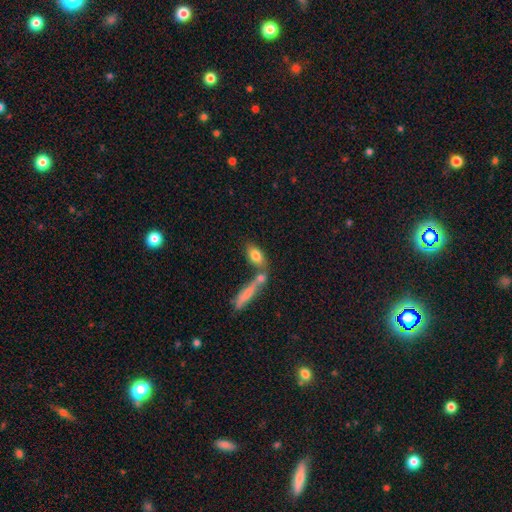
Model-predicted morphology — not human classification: A smooth galaxy with no disk features (77%) that is in between round and cigar-shaped (77%). Merging: none (47%).